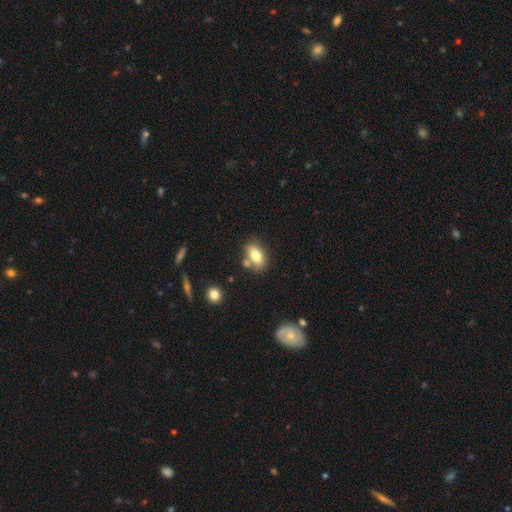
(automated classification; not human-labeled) Overall: smooth (77%). How rounded: in between (86%). Merging: none (65%).